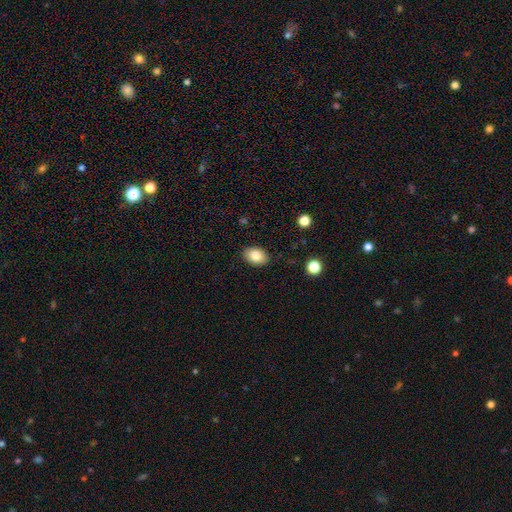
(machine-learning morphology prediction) Smooth or featured: smooth — 83% (featured or disk — 9%)
How rounded: in between — 84% (round — 15%)
Merging: none — 88% (minor disturbance — 9%)